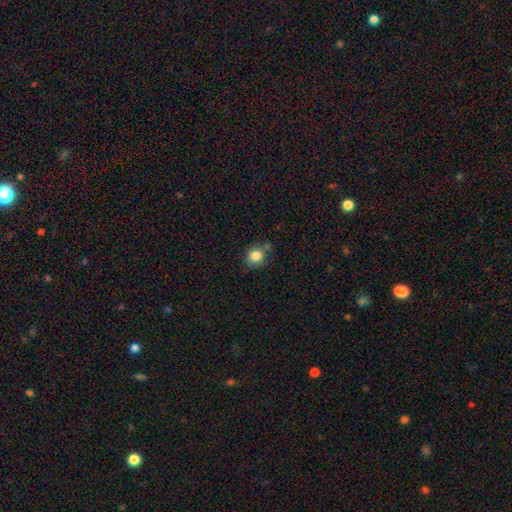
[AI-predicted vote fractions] Smooth or featured? Predicted: smooth (p=0.83). How rounded? Predicted: round (p=0.76). Merging? Predicted: none (p=0.67).